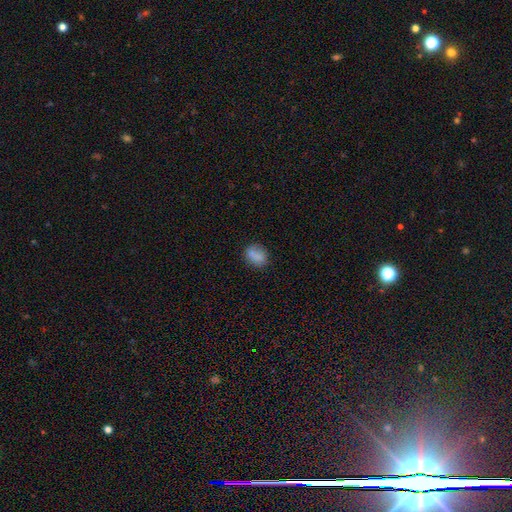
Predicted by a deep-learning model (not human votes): This appears to be a smooth galaxy with no disk features (79%) that is round (50%). Merging: none (65%).